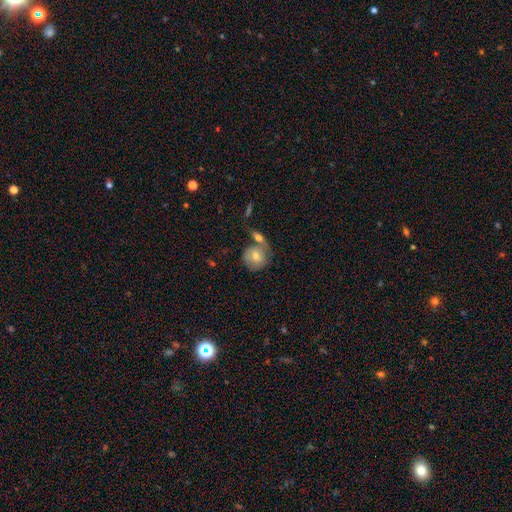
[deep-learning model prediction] Smooth or featured?
  - smooth: 57% *
  - featured or disk: 34%
  - star or artifact: 10%
How rounded?
  - round: 86% *
  - in between: 12%
  - cigar-shaped: 1%
Merging?
  - none: 53% *
  - merger: 29%
  - minor disturbance: 13%
  - major disturbance: 5%